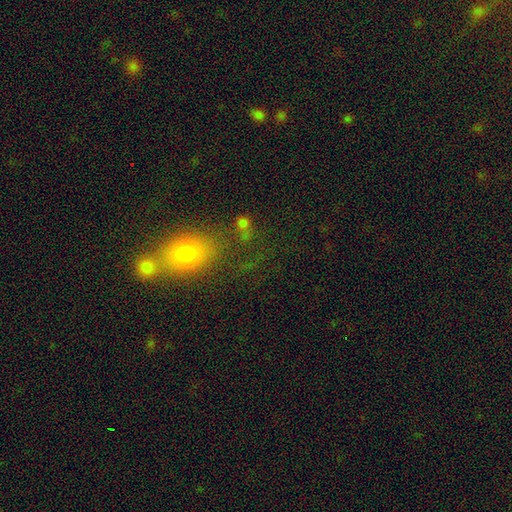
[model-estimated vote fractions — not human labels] smooth_or_featured: smooth (p=0.62) [alt: star or artifact p=0.23]
how_rounded: in between (p=0.49) [alt: round p=0.47]
merging: none (p=0.57) [alt: merger p=0.23]